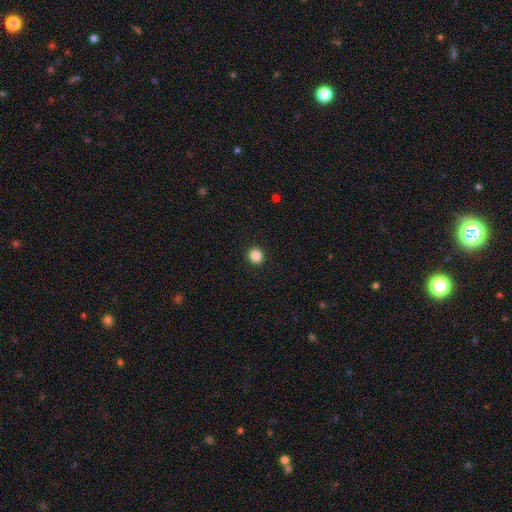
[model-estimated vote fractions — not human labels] A smooth galaxy with no disk features (86%) that is round (89%).

Vote fractions:
- Smooth or featured? smooth: 86% / star or artifact: 10% / featured or disk: 4%
- How rounded? round: 89% / in between: 10% / cigar-shaped: 1%
- Merging? none: 93% / minor disturbance: 4% / major disturbance: 2% / merger: 1%